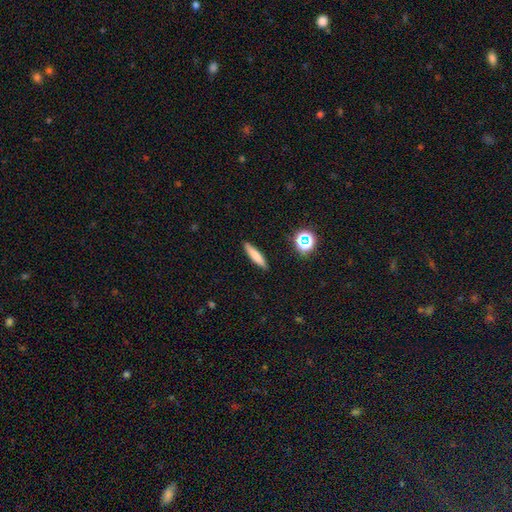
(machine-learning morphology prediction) type=smooth (74%); roundness=cigar-shaped (85%); merging=none (88%).